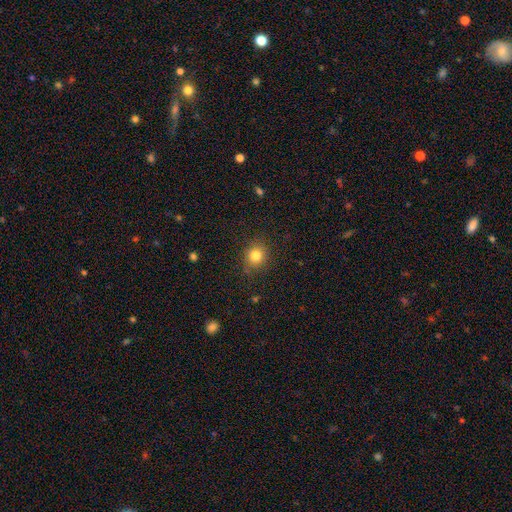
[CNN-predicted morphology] Smooth or featured? Predicted: smooth (p=0.82). How rounded? Predicted: round (p=0.83). Merging? Predicted: none (p=0.86).